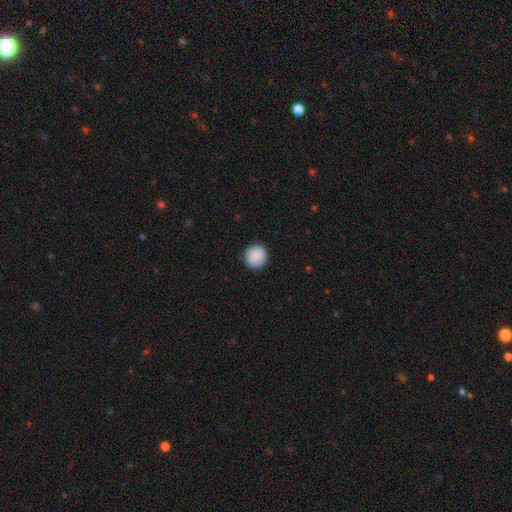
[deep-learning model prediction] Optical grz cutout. It shows a smooth galaxy with no disk features (89%) that is round (93%). Merging: none (91%).